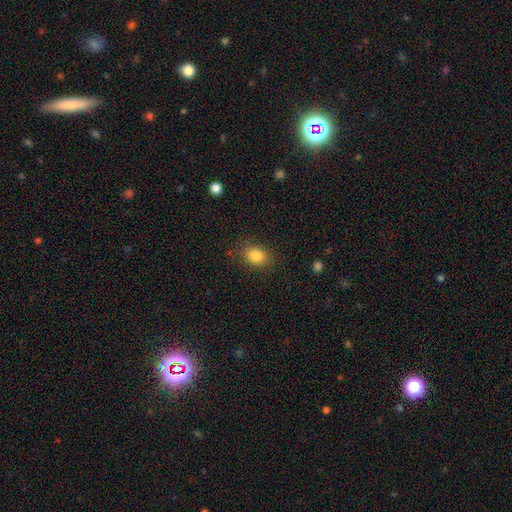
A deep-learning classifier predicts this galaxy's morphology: Smooth or featured? Predicted: smooth (p=0.84). How rounded? Predicted: in between (p=0.52). Merging? Predicted: none (p=0.85).